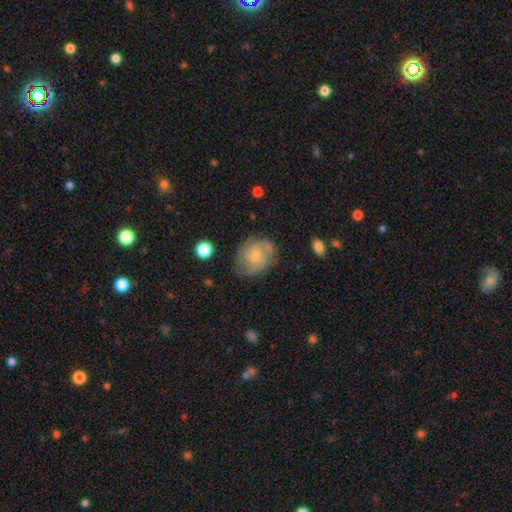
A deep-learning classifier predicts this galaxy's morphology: This is likely a featured or disk galaxy (68%). It is clearly not viewed edge-on (97%). Bar: likely no (75%). Spiral arm pattern: clearly yes (88%). Spiral arm count: marginally can't tell (35%). Spiral winding: possibly tight (52%). Central bulge: likely small (63%). Merging: likely none (66%).